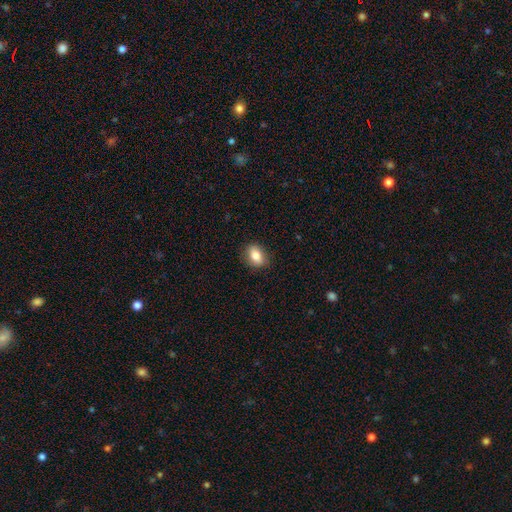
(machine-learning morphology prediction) Smooth or featured? smooth (80%)
How rounded? in between (70%)
Merging? none (85%)